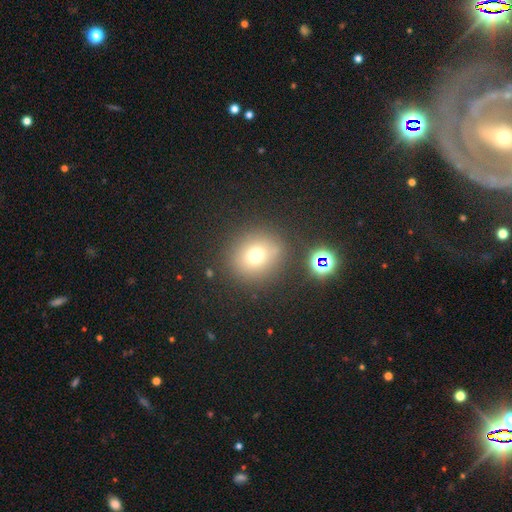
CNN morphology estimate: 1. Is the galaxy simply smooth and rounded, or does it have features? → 70% smooth, 19% star or artifact, 11% featured or disk.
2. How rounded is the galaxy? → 84% round, 15% in between, 1% cigar-shaped.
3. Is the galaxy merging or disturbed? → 82% none, 9% minor disturbance, 5% merger, 4% major disturbance.